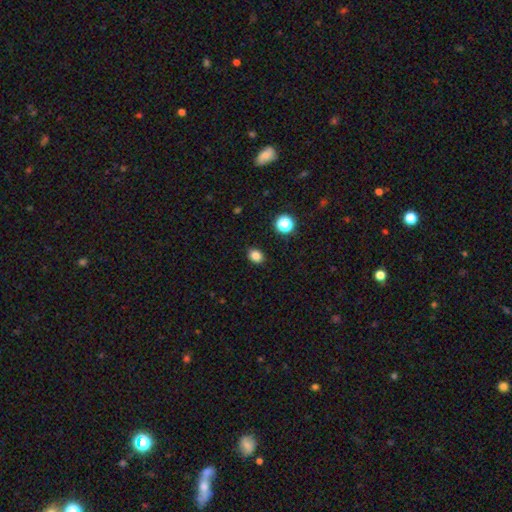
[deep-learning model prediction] This appears to be a smooth galaxy with no disk features (84%) that is in between round and cigar-shaped (56%). Merging: none (89%).